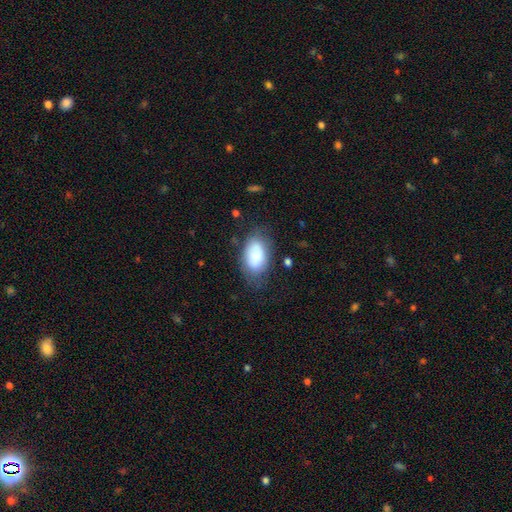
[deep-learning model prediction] Morphology: type=smooth (79%); roundness=in between (93%); merging=none (67%).